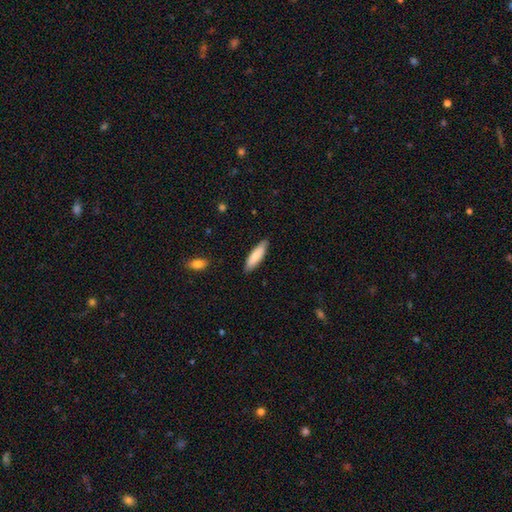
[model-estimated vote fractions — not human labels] A smooth galaxy with no disk features (80%) that is cigar-shaped (59%).

Vote fractions:
- Smooth or featured? smooth: 80% / featured or disk: 15% / star or artifact: 5%
- How rounded? cigar-shaped: 59% / in between: 40% / round: 1%
- Merging? none: 87% / minor disturbance: 10% / major disturbance: 2% / merger: 1%